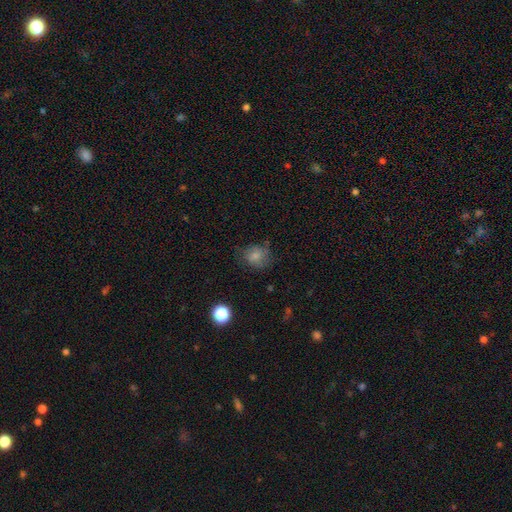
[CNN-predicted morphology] smooth_or_featured: smooth (p=0.73) [alt: featured or disk p=0.16]
how_rounded: round (p=0.71) [alt: in between p=0.29]
merging: none (p=0.59) [alt: minor disturbance p=0.26]